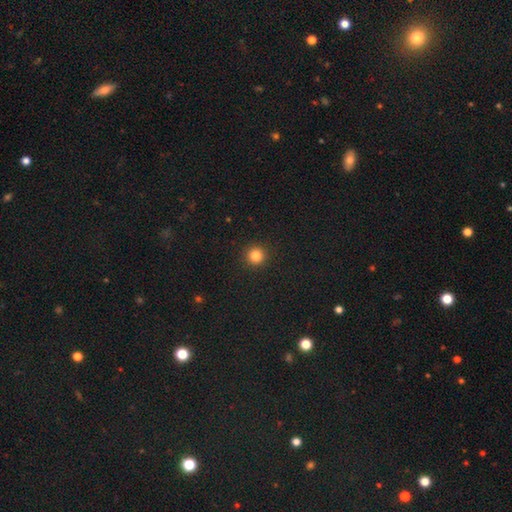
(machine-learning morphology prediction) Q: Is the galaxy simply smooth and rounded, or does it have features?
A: smooth — 83%.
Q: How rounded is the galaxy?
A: round — 95%.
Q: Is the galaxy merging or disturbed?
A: none — 93%.